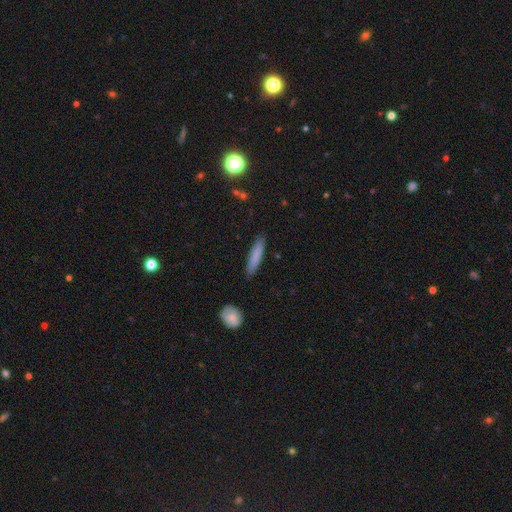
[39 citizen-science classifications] This is clearly a smooth galaxy (82%). How rounded: clearly cigar-shaped (84%). Merging: clearly none (89%).